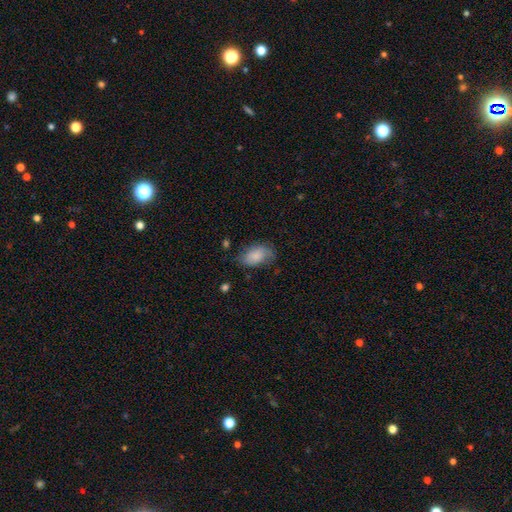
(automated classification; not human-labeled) smooth-or-featured: smooth: 74% | featured or disk: 18% | star or artifact: 8%
  how-rounded: in between: 90% | round: 8% | cigar-shaped: 1%
  merging: none: 57% | minor disturbance: 30% | major disturbance: 12% | merger: 2%